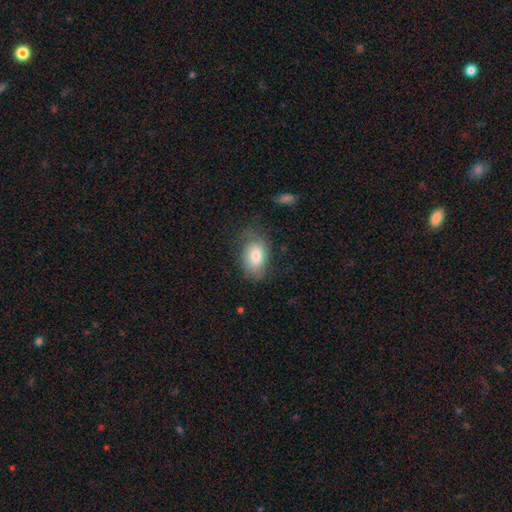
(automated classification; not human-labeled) This appears to be a smooth galaxy with no disk features (76%) that is in between round and cigar-shaped (89%). Merging: none (61%).